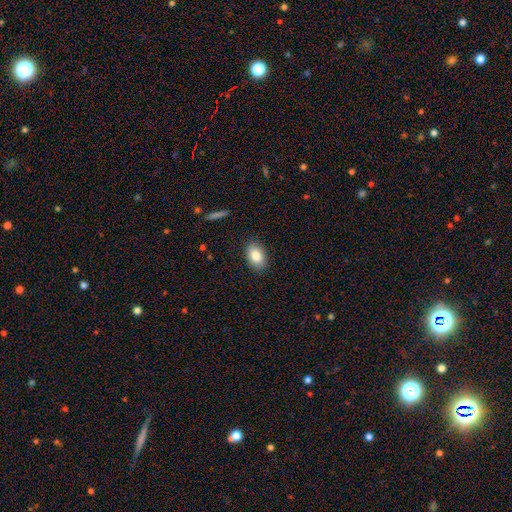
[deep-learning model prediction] smooth 85%, featured or disk 8%, star or artifact 7%. Down the decision tree: how rounded — in between (89%); merging — none (88%).